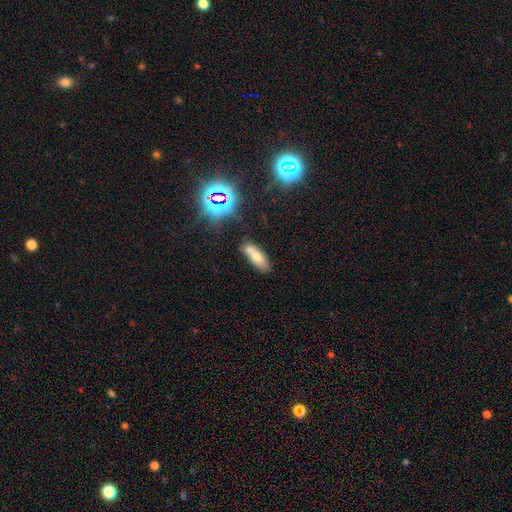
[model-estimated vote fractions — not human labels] smooth 64%, featured or disk 21%, star or artifact 14%. Down the decision tree: how rounded — in between (71%); merging — none (43%).